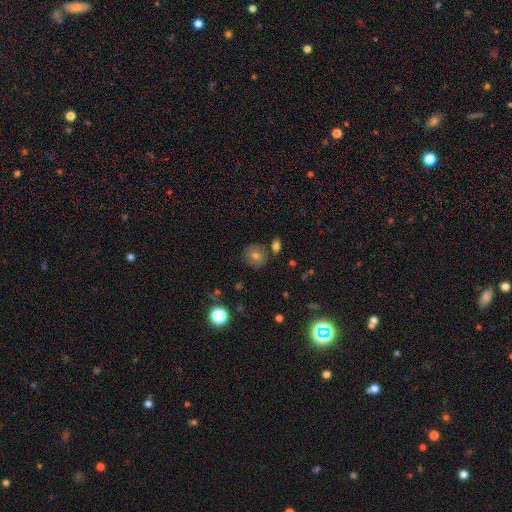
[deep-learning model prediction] A smooth galaxy with no disk features (72%) that is round (84%). Merging: none (78%).